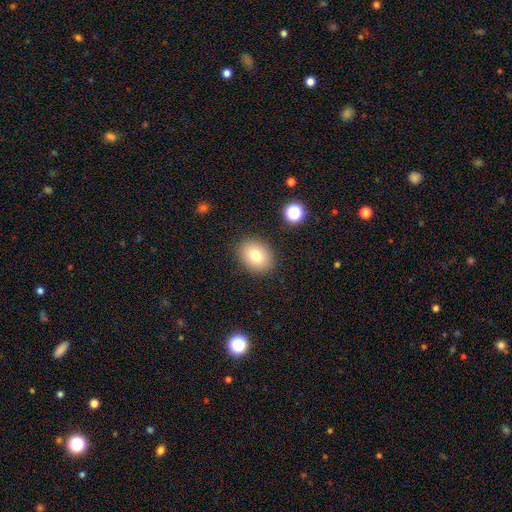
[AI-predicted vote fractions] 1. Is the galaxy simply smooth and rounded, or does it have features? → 77% smooth, 12% featured or disk, 11% star or artifact.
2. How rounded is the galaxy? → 52% in between, 47% round, 1% cigar-shaped.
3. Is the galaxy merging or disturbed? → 87% none, 8% minor disturbance, 3% major disturbance, 2% merger.